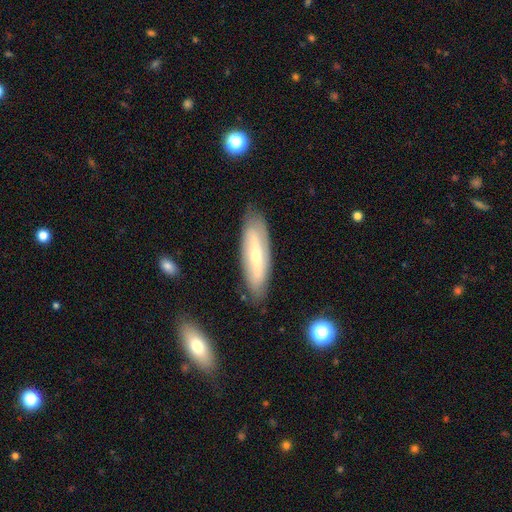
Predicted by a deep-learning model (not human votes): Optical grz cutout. It shows a featured or disk galaxy (58%). Merging: none (82%).